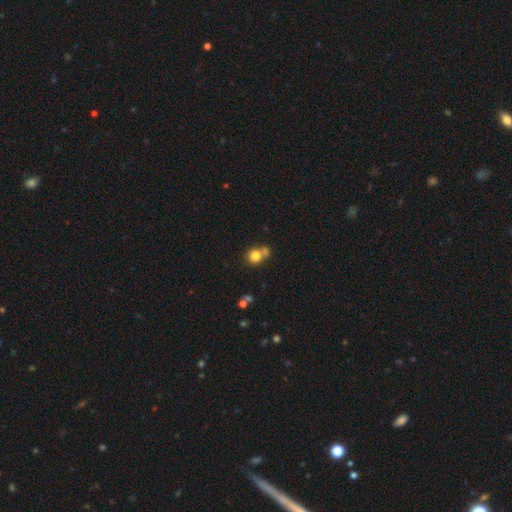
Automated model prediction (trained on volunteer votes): This appears to be a smooth galaxy with no disk features (80%) that is round (84%). Merging: none (49%).